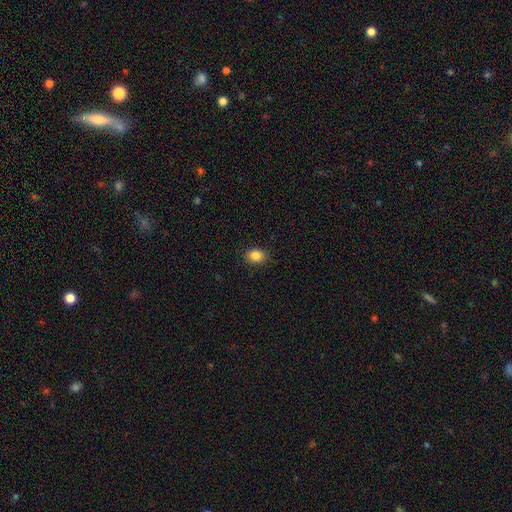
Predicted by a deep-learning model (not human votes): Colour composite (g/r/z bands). It shows a smooth galaxy with no disk features (86%) that is in between round and cigar-shaped (60%). Merging: none (89%).